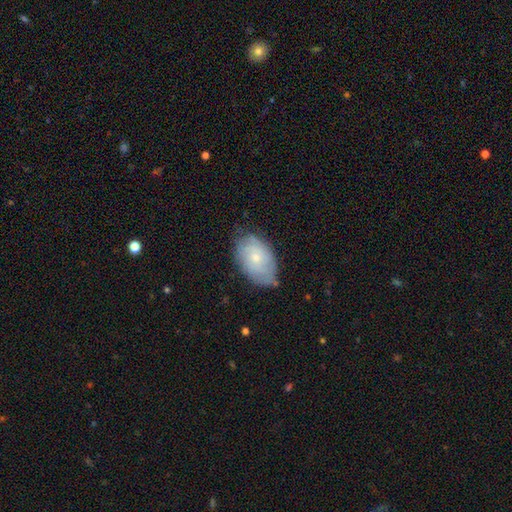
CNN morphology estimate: Smooth or featured: smooth — 49% (featured or disk — 43%)
Merging: none — 69% (minor disturbance — 25%)